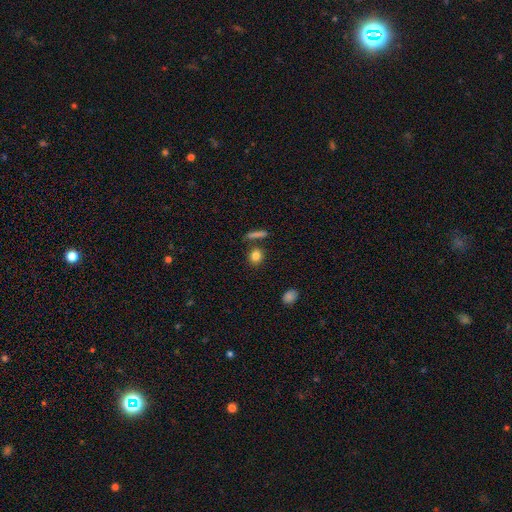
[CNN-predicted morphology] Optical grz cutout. It shows a smooth galaxy with no disk features (83%) that is round (75%). Merging: none (80%).